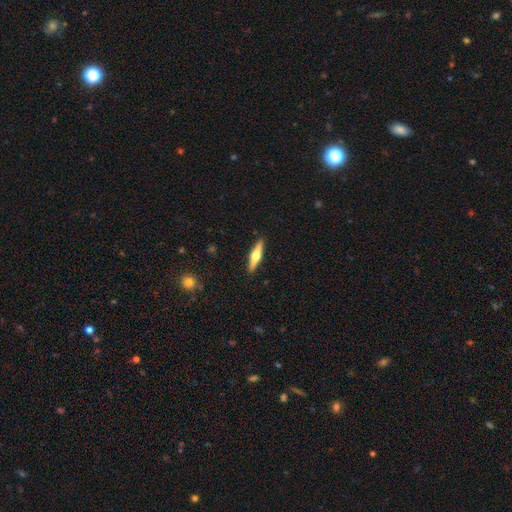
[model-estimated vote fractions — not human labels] A featured or disk galaxy (60%) viewed edge-on (96%) with a rounded central bulge (95%).

Vote fractions:
- Smooth or featured? featured or disk: 60% / smooth: 35% / star or artifact: 5%
- Edge-on disk? yes: 96% / no: 4%
- Edge-on bulge? rounded: 95% / boxy: 3% / none: 2%
- Merging? none: 91% / minor disturbance: 7% / major disturbance: 2% / merger: 1%